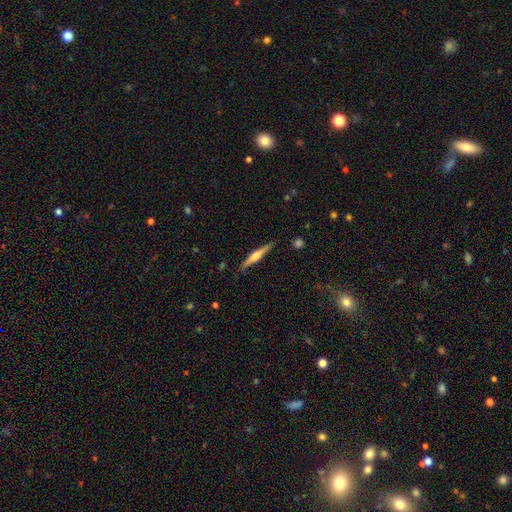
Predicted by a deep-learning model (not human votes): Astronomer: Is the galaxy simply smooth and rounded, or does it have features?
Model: featured or disk — 68%.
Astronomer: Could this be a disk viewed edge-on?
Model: yes — 98%.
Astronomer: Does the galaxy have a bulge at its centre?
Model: rounded — 85%.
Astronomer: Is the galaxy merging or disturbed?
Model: none — 85%.